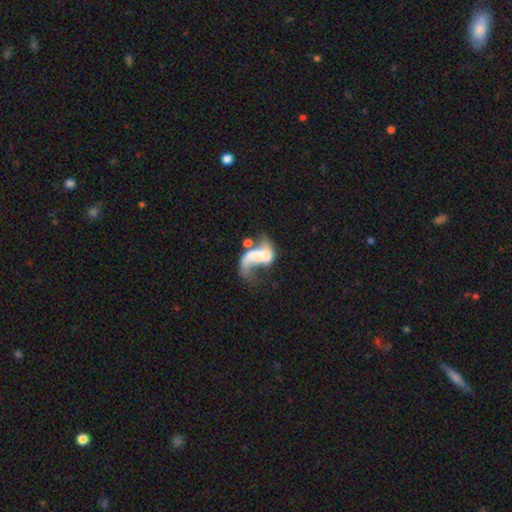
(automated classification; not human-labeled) Q: Smooth or featured?
A: featured or disk (63%); runner-up: smooth (28%)
Q: Edge-on disk?
A: no (97%); runner-up: yes (3%)
Q: Bar?
A: no (62%); runner-up: weak (23%)
Q: Spiral arms?
A: yes (58%); runner-up: no (42%)
Q: Bulge size?
A: none (49%); runner-up: small (18%)
Q: Merging?
A: merger (41%); runner-up: major disturbance (36%)